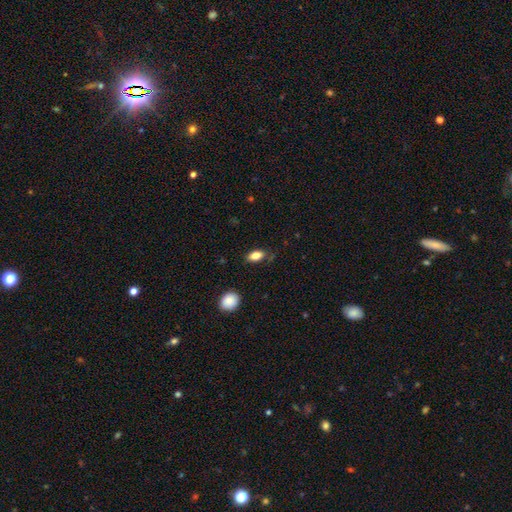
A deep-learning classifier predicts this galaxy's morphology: A smooth galaxy with no disk features (84%) that is in between round and cigar-shaped (89%). Merging: none (78%).